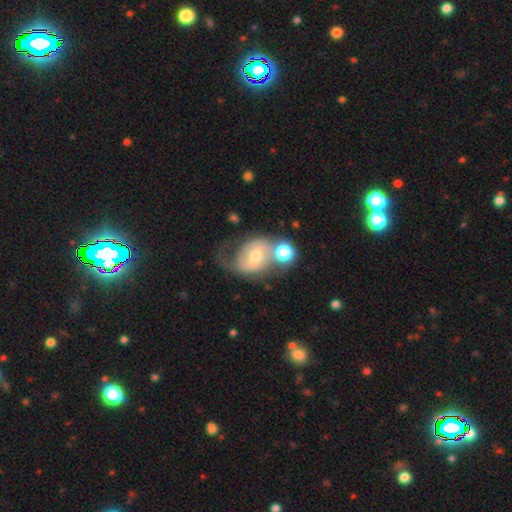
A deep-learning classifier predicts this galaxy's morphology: Smooth or featured?
  - featured or disk: 65% *
  - smooth: 26%
  - star or artifact: 9%
Edge-on disk?
  - no: 96% *
  - yes: 4%
Bar?
  - no: 45% *
  - weak: 36%
  - strong: 19%
Spiral arms?
  - yes: 74% *
  - no: 26%
Bulge size?
  - moderate: 59% *
  - small: 33%
  - large: 5%
  - none: 2%
  - dominant: 1%
Merging?
  - none: 34% *
  - merger: 31%
  - major disturbance: 18%
  - minor disturbance: 17%